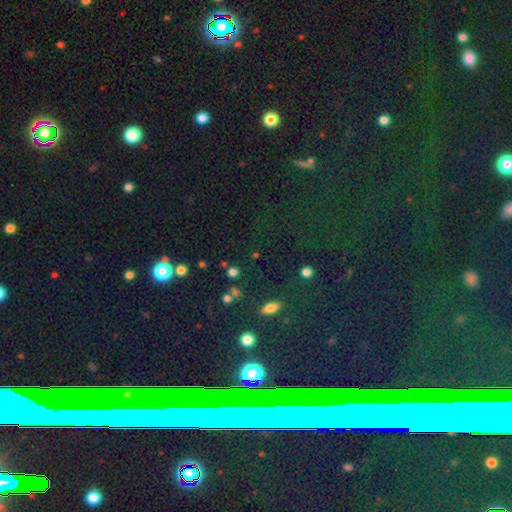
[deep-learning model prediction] smooth-or-featured: star or artifact: 45% | smooth: 43% | featured or disk: 12%